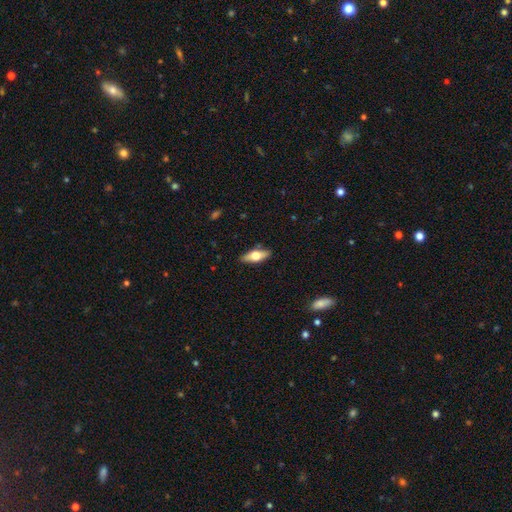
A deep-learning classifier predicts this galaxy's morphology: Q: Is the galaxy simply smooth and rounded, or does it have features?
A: smooth — 53%.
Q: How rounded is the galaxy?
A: in between — 69%.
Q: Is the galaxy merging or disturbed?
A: none — 87%.